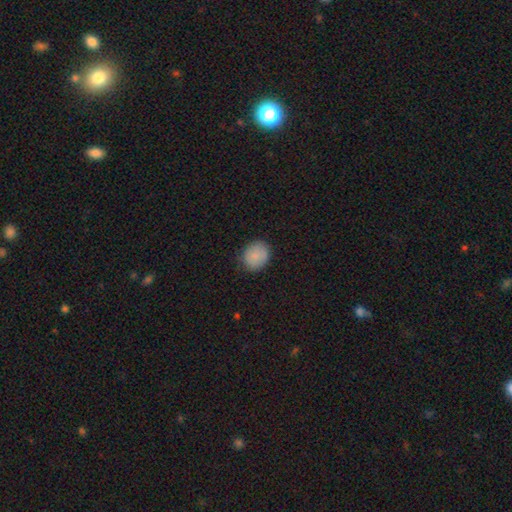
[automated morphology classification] smooth-or-featured: smooth: 86% | star or artifact: 8% | featured or disk: 6%
  how-rounded: round: 68% | in between: 32% | cigar-shaped: 1%
  merging: none: 81% | minor disturbance: 15% | major disturbance: 3% | merger: 1%